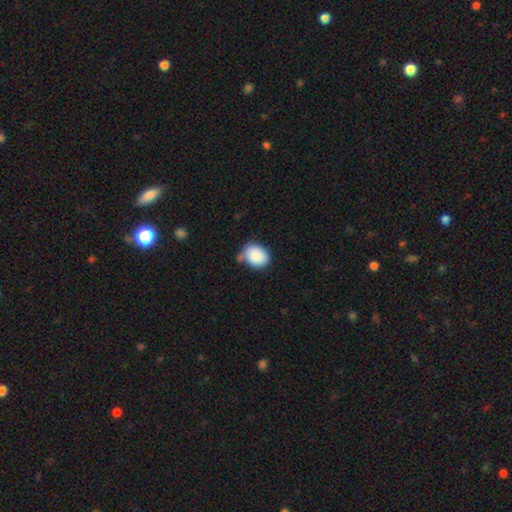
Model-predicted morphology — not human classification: smooth-or-featured: smooth: 87% | star or artifact: 7% | featured or disk: 6%
  how-rounded: in between: 53% | round: 46% | cigar-shaped: 1%
  merging: none: 55% | minor disturbance: 30% | merger: 8% | major disturbance: 7%